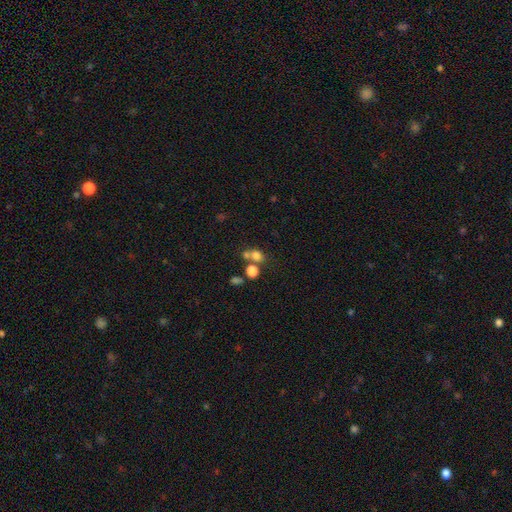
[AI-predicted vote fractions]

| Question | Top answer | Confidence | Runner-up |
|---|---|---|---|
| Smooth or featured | smooth | 72% | star or artifact (17%) |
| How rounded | round | 64% | in between (35%) |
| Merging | none | 46% | merger (40%) |